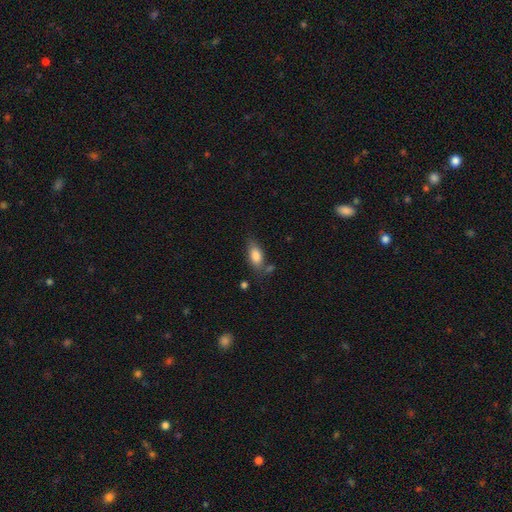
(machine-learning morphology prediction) Q: Smooth or featured?
A: smooth (82%); runner-up: featured or disk (11%)
Q: How rounded?
A: in between (85%); runner-up: cigar-shaped (11%)
Q: Merging?
A: none (66%); runner-up: minor disturbance (20%)